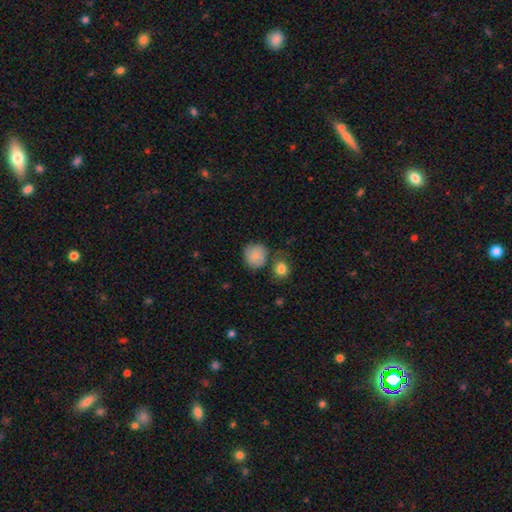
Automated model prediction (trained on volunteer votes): A smooth galaxy with no disk features (80%) that is round (85%). Merging: none (63%).